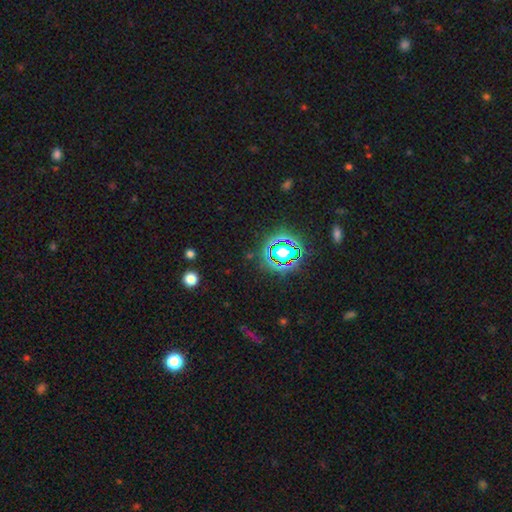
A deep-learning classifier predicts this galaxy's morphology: Smooth or featured: star or artifact — 77% (smooth — 15%)